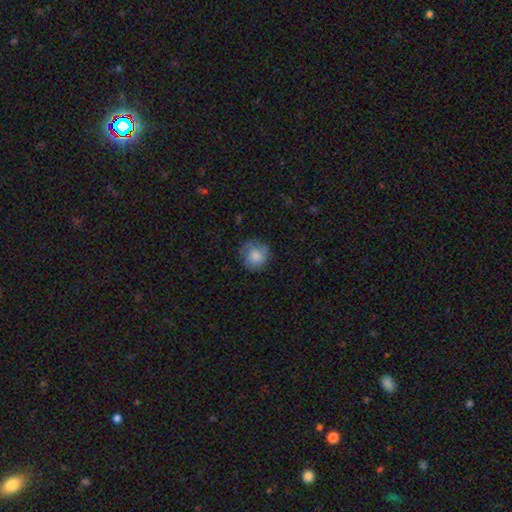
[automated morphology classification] The model was most divided on "merging": none: 72%, minor disturbance: 20%, major disturbance: 7%, merger: 1%. More confident: how rounded — round (90%); smooth or featured — smooth (77%).